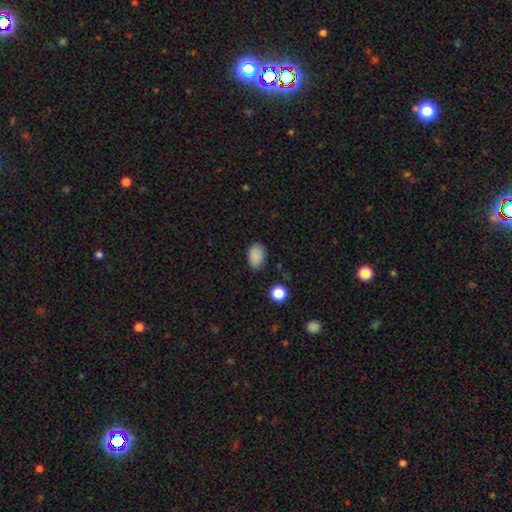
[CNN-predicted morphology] A smooth galaxy with no disk features (87%) that is in between round and cigar-shaped (85%).

Vote fractions:
- Smooth or featured? smooth: 87% / star or artifact: 10% / featured or disk: 4%
- How rounded? in between: 85% / round: 14% / cigar-shaped: 1%
- Merging? none: 81% / minor disturbance: 14% / major disturbance: 3% / merger: 2%